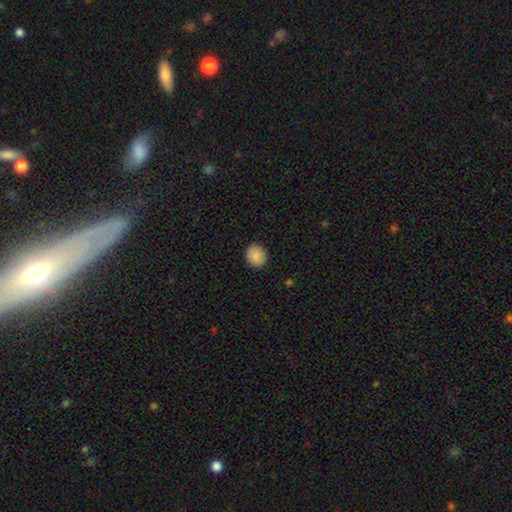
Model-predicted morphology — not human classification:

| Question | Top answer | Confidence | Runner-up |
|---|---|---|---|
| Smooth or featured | smooth | 87% | star or artifact (8%) |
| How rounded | round | 79% | in between (20%) |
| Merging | none | 90% | minor disturbance (7%) |